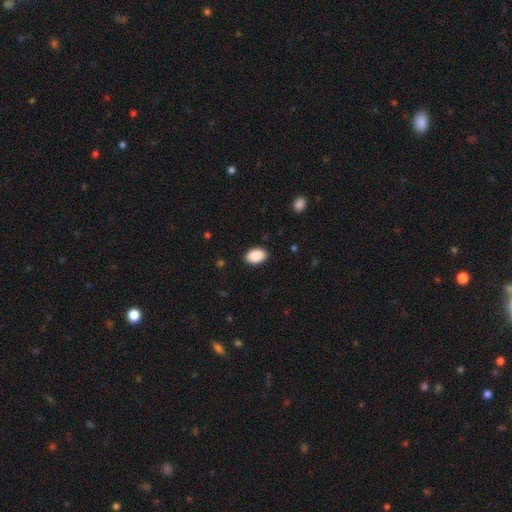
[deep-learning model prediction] Overall: smooth (90%). How rounded: in between (90%). Merging: none (89%).